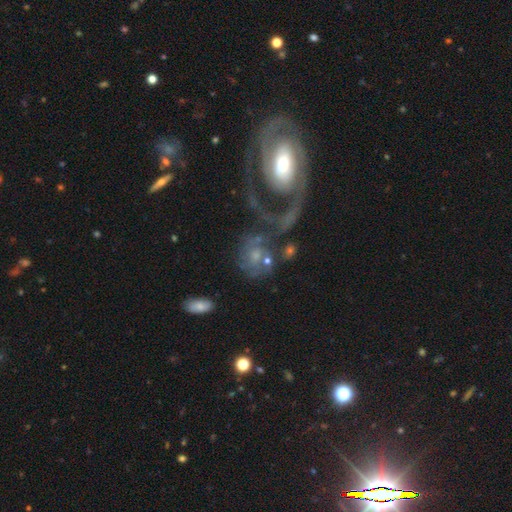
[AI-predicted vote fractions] The model was most divided on "bulge size": moderate: 42%, small: 38%, none: 11%, large: 6%, dominant: 2%. Remaining: edge-on disk — no (96%); spiral arms — yes (72%); bar — no (66%); smooth or featured — featured or disk (58%); merging — none (41%).